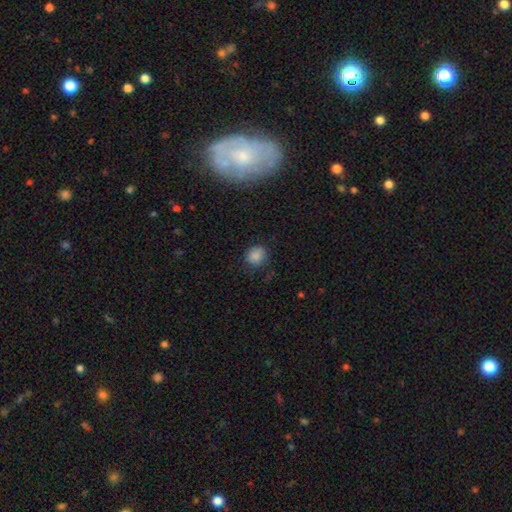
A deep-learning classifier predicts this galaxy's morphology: This appears to be a smooth galaxy with no disk features (85%) that is round (79%). Merging: none (78%).